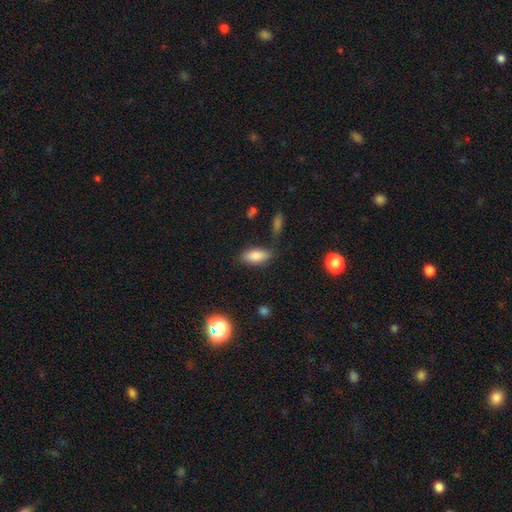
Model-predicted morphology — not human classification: smooth 83%, featured or disk 9%, star or artifact 8%. Down the decision tree: how rounded — in between (86%); merging — none (75%).